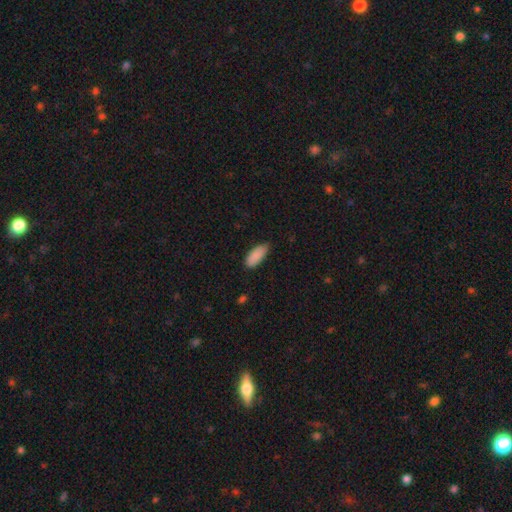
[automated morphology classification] A smooth galaxy with no disk features (89%) that is in between round and cigar-shaped (87%). Merging: none (76%).